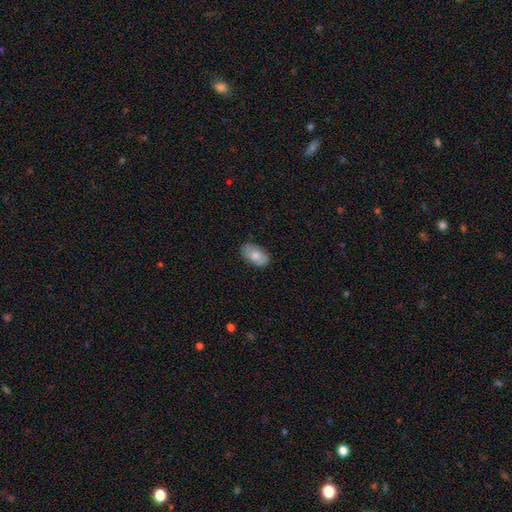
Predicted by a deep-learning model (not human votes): Smooth or featured: smooth — 76% (featured or disk — 17%)
How rounded: in between — 93% (round — 6%)
Merging: none — 82% (minor disturbance — 14%)